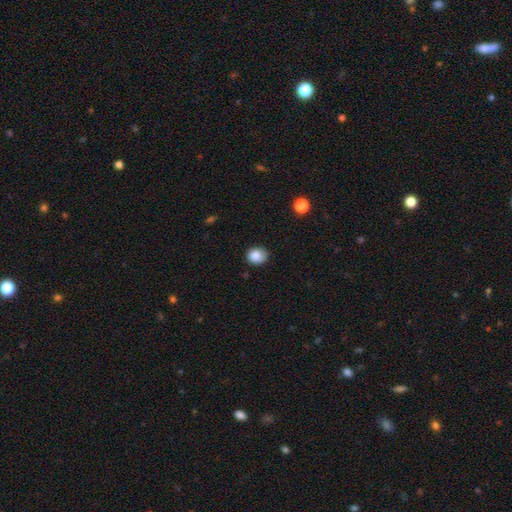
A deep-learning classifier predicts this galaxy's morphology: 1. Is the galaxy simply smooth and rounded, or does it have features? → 85% smooth, 9% star or artifact, 6% featured or disk.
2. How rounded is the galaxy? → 65% round, 34% in between, 1% cigar-shaped.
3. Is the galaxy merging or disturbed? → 74% none, 21% minor disturbance, 4% major disturbance, 1% merger.